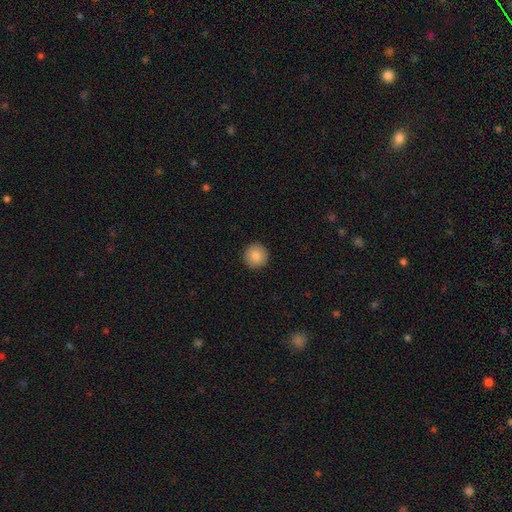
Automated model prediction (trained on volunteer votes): Smooth or featured: smooth — 86% (star or artifact — 9%)
How rounded: round — 95% (in between — 4%)
Merging: none — 93% (minor disturbance — 4%)